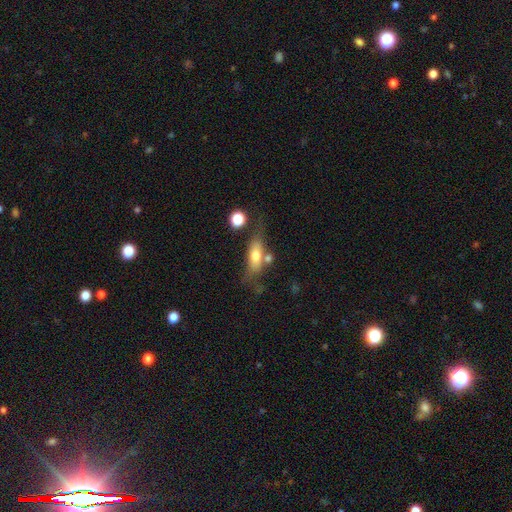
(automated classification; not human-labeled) smooth 64%, featured or disk 28%, star or artifact 8%. Down the decision tree: how rounded — in between (66%); merging — none (53%).